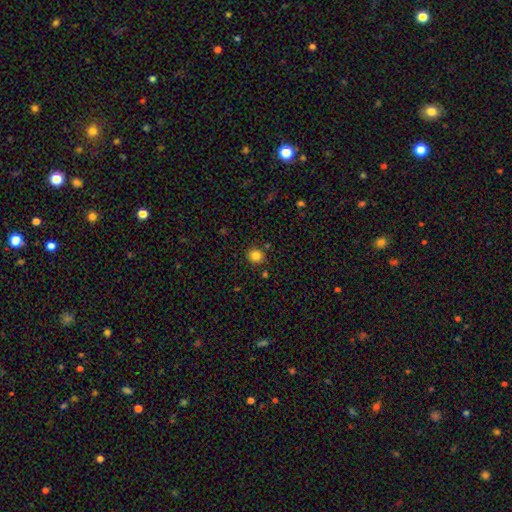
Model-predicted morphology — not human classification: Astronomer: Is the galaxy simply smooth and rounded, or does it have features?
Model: smooth — 82%.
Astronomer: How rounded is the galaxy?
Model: round — 86%.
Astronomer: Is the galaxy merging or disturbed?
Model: none — 85%.